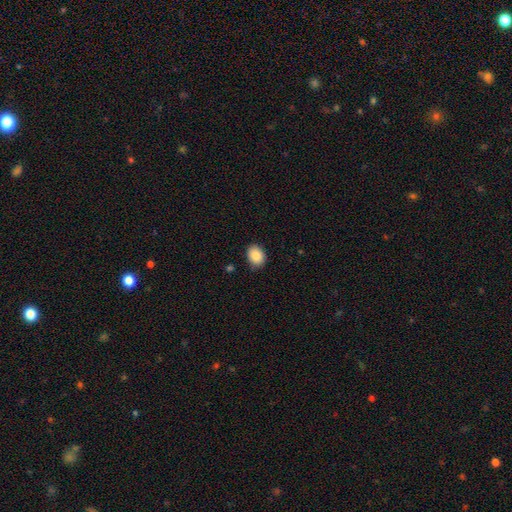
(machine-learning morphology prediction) Smooth or featured?
  - smooth: 86% *
  - star or artifact: 8%
  - featured or disk: 6%
How rounded?
  - in between: 55% *
  - round: 45%
  - cigar-shaped: 1%
Merging?
  - none: 86% *
  - minor disturbance: 11%
  - major disturbance: 2%
  - merger: 1%